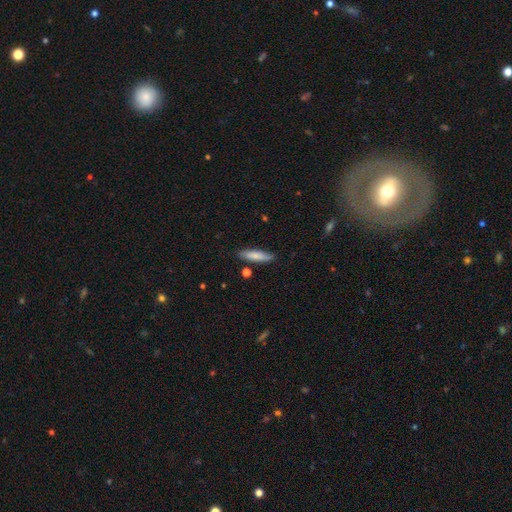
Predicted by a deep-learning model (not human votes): Q: Smooth or featured?
A: smooth (79%); runner-up: featured or disk (15%)
Q: How rounded?
A: cigar-shaped (73%); runner-up: in between (26%)
Q: Merging?
A: none (83%); runner-up: minor disturbance (13%)